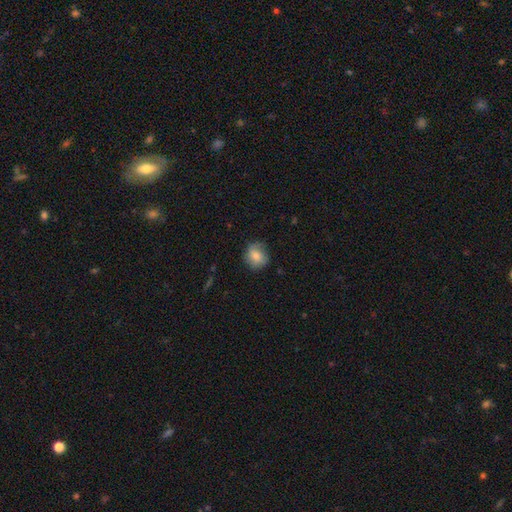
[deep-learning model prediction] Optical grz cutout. It shows a smooth galaxy with no disk features (76%) that is round (81%). Merging: none (74%).